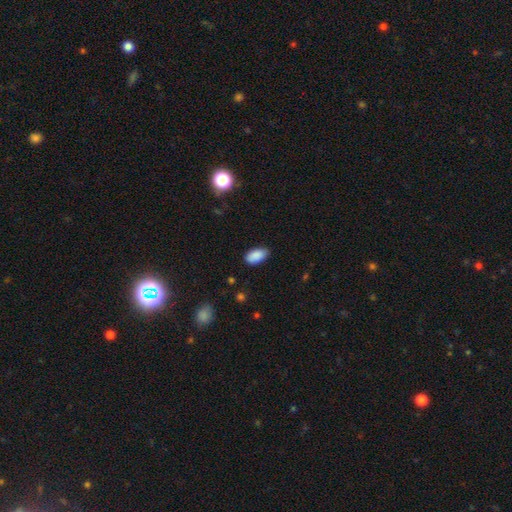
smooth-or-featured: smooth: 92% | featured or disk: 8% | star or artifact: 0%
  how-rounded: in between: 100% | round: 0% | cigar-shaped: 0%
  merging: none: 74% | minor disturbance: 26% | major disturbance: 0% | merger: 0%